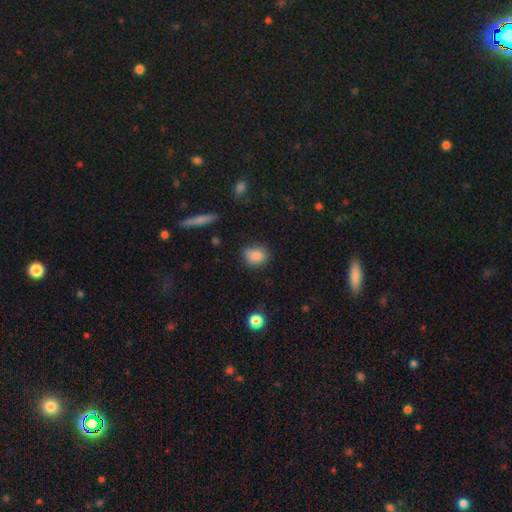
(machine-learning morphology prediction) smooth_or_featured: smooth (p=0.85) [alt: star or artifact p=0.09]
how_rounded: in between (p=0.51) [alt: round p=0.47]
merging: none (p=0.71) [alt: minor disturbance p=0.22]